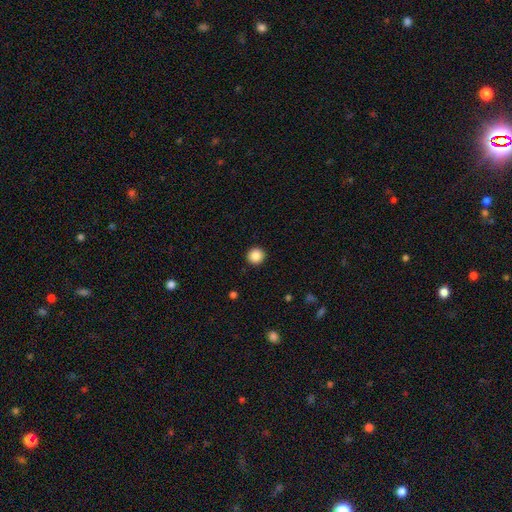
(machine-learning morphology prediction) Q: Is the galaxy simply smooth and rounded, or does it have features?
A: smooth — 87%.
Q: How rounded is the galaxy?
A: round — 95%.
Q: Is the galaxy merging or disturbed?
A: none — 93%.